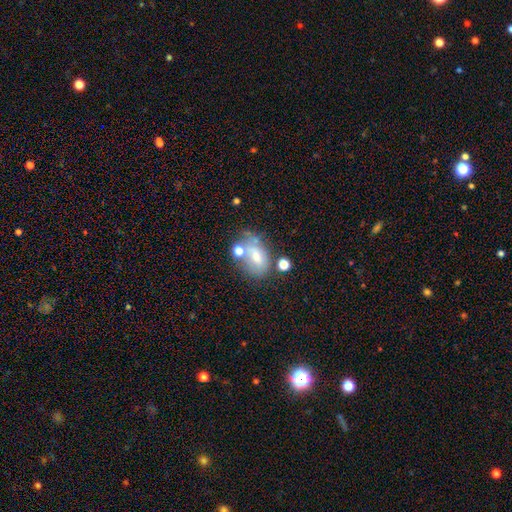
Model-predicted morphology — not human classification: This appears to be a smooth galaxy with no disk features (50%). Merging: none (43%).